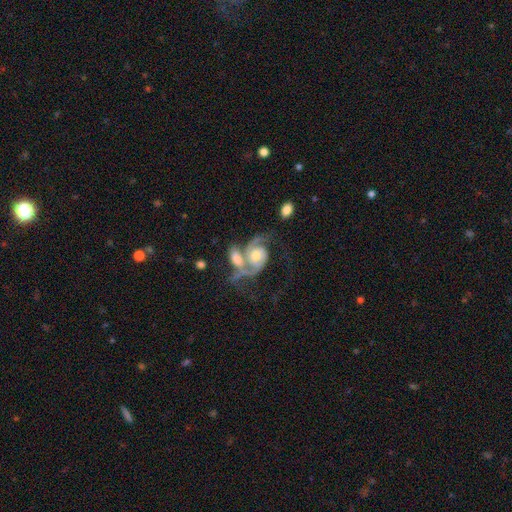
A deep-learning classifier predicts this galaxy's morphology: smooth-or-featured: featured or disk: 86% | smooth: 9% | star or artifact: 5%
  disk-edge-on: no: 97% | yes: 3%
    bar: no: 67% | weak: 26% | strong: 7%
    has-spiral-arms: yes: 96% | no: 4%
      spiral-winding: medium: 48% | tight: 29% | loose: 23%
      spiral-arm-count: 2: 83% | 1: 6% | can't tell: 6% | 3: 3% | 4: 1% | more than 4: 1%
    bulge-size: moderate: 62% | small: 22% | large: 12% | none: 3% | dominant: 2%
  merging: merger: 51% | none: 22% | major disturbance: 16% | minor disturbance: 11%